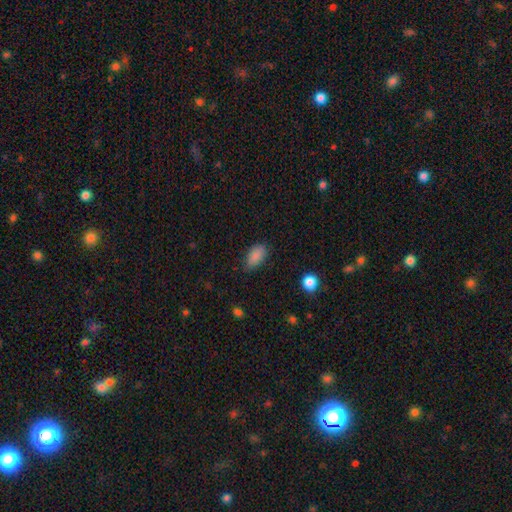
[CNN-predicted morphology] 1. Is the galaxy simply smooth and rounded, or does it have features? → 87% smooth, 8% star or artifact, 5% featured or disk.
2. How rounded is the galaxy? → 91% in between, 5% round, 4% cigar-shaped.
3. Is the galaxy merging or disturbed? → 76% none, 19% minor disturbance, 4% major disturbance, 1% merger.